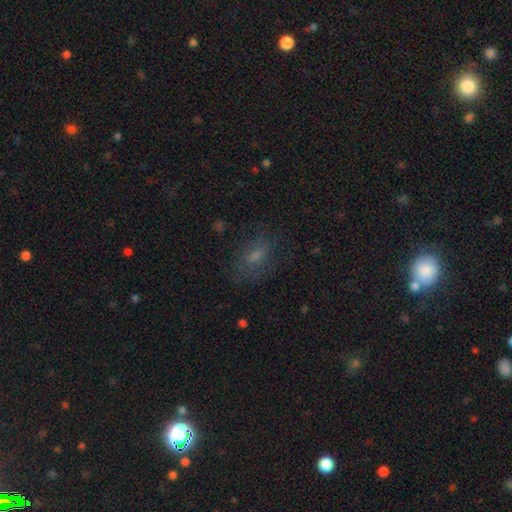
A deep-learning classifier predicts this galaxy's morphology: Smooth or featured?
  - smooth: 55% *
  - featured or disk: 25%
  - star or artifact: 20%
How rounded?
  - in between: 77% *
  - round: 18%
  - cigar-shaped: 5%
Merging?
  - none: 66% *
  - minor disturbance: 18%
  - major disturbance: 14%
  - merger: 2%